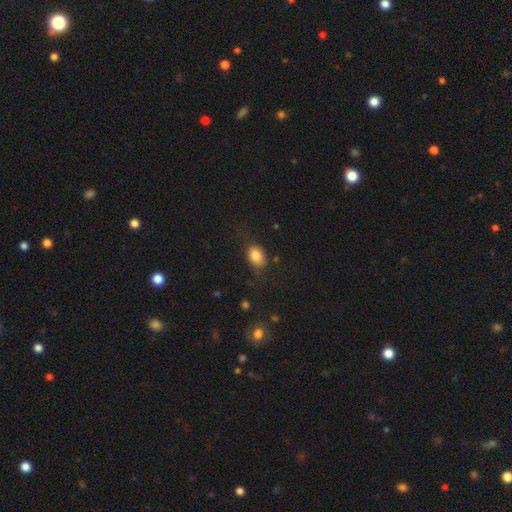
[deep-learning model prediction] The model was most divided on "how rounded": in between: 63%, round: 36%, cigar-shaped: 1%. More confident: smooth or featured — smooth (83%); merging — none (75%).